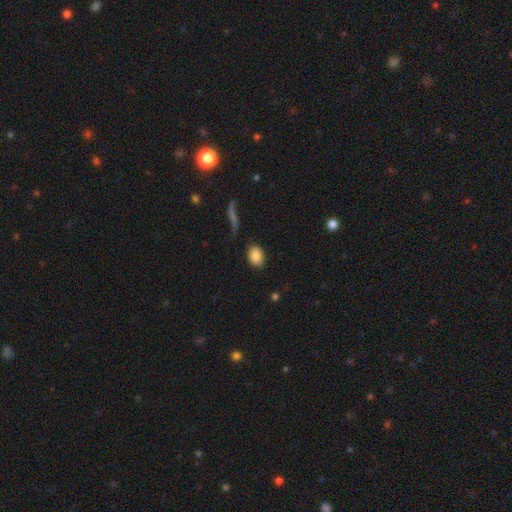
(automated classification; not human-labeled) The model was most divided on "how rounded": in between: 77%, round: 22%, cigar-shaped: 1%. More confident: smooth or featured — smooth (86%); merging — none (84%).